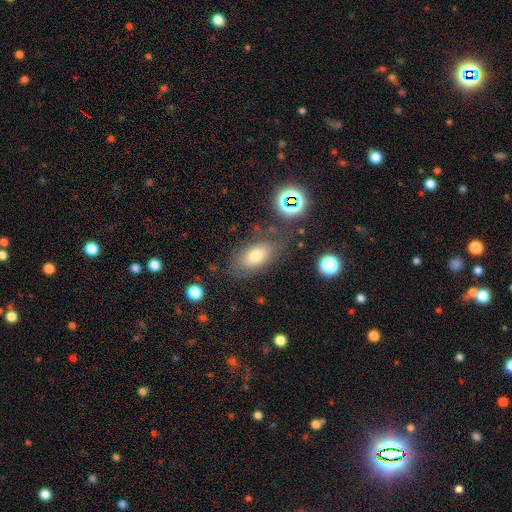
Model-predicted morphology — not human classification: smooth-or-featured: smooth: 64% | featured or disk: 22% | star or artifact: 14%
  how-rounded: in between: 88% | round: 8% | cigar-shaped: 4%
  merging: none: 71% | minor disturbance: 17% | major disturbance: 8% | merger: 5%